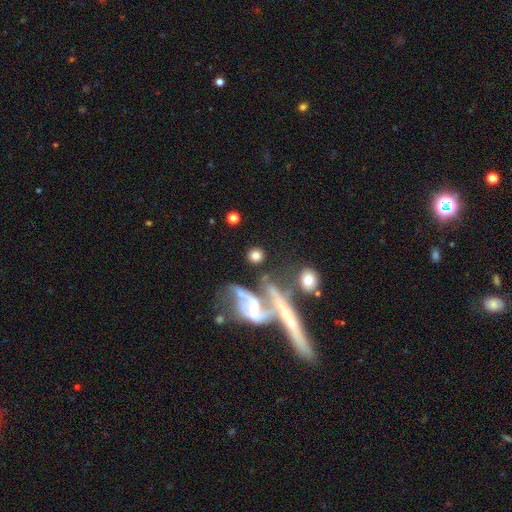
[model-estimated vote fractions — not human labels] A smooth galaxy with no disk features (71%) that is round (76%).

Vote fractions:
- Smooth or featured? smooth: 71% / featured or disk: 20% / star or artifact: 8%
- How rounded? round: 76% / in between: 19% / cigar-shaped: 5%
- Merging? none: 61% / merger: 19% / minor disturbance: 11% / major disturbance: 10%